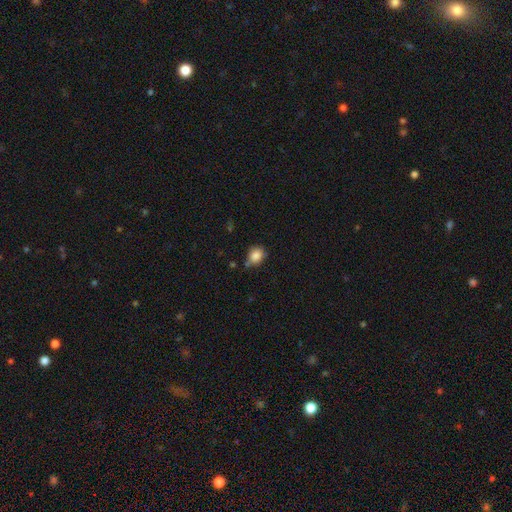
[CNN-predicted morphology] The model was most divided on "how rounded": round: 63%, in between: 36%, cigar-shaped: 1%. More confident: smooth or featured — smooth (85%); merging — none (61%).